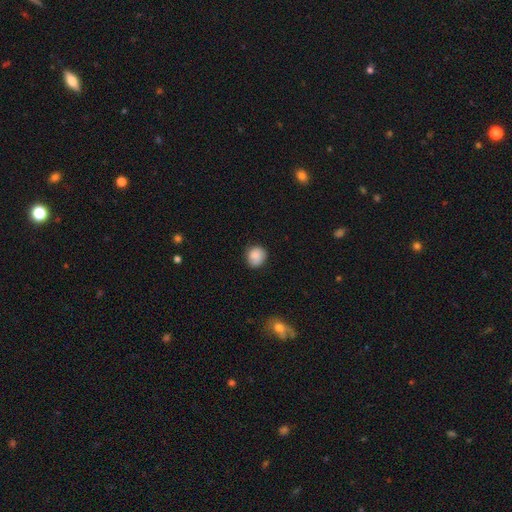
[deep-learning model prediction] Morphology: type=smooth (87%); roundness=round (82%); merging=none (81%).